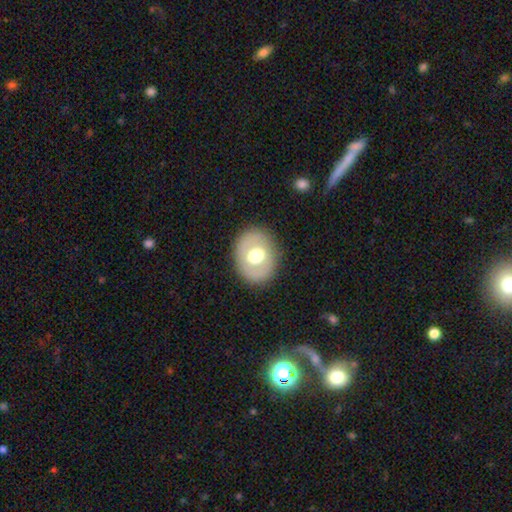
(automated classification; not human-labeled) Q: Smooth or featured?
A: smooth (55%); runner-up: featured or disk (38%)
Q: How rounded?
A: round (52%); runner-up: in between (47%)
Q: Merging?
A: none (85%); runner-up: minor disturbance (10%)